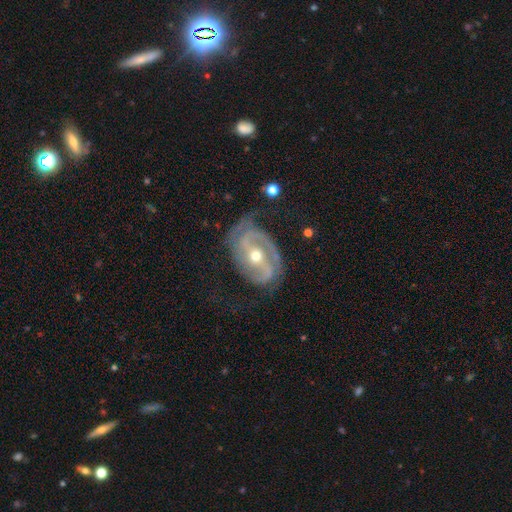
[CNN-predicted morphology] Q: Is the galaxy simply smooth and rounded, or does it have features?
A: featured or disk — 90%.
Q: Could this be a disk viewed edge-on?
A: no — 96%.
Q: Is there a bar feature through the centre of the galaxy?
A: strong — 36%, tied with weak.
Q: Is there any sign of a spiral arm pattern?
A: yes — 96%.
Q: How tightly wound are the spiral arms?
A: tight — 43%.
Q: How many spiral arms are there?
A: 2 — 69%.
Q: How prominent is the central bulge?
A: moderate — 65%.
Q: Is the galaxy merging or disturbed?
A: none — 62%.